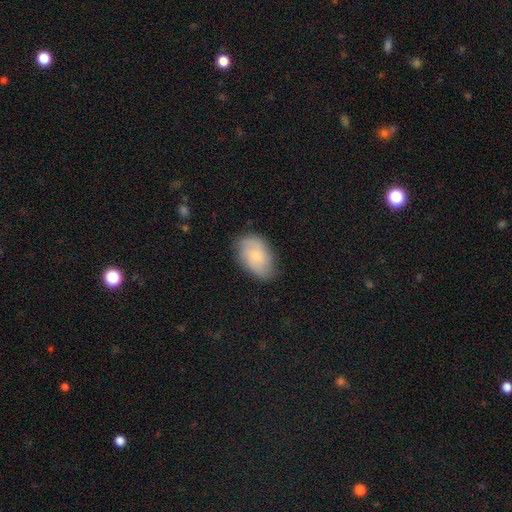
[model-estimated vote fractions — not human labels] smooth-or-featured: smooth: 56% | featured or disk: 37% | star or artifact: 7%
  how-rounded: in between: 88% | round: 11% | cigar-shaped: 1%
  merging: none: 75% | minor disturbance: 19% | major disturbance: 4% | merger: 1%